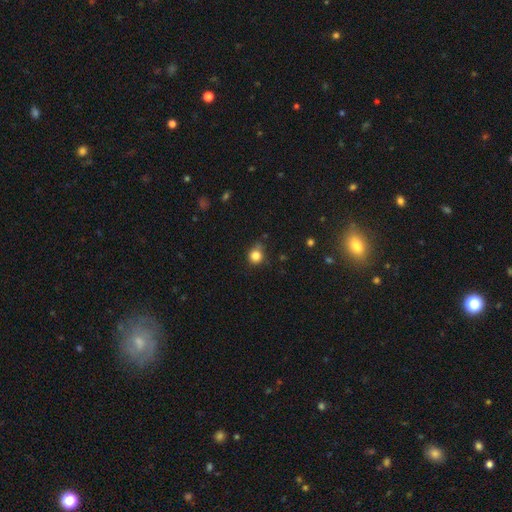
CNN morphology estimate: A smooth galaxy with no disk features (83%) that is round (84%). Merging: none (66%).